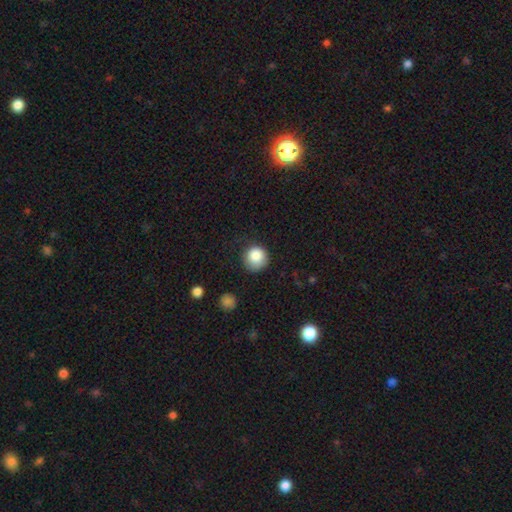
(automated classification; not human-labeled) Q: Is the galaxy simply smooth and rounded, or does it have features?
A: smooth — 86%.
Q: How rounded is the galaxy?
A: round — 93%.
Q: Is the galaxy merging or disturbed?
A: none — 76%.